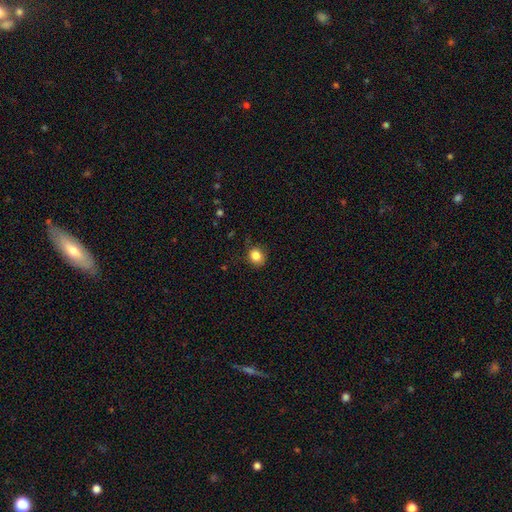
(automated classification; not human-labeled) smooth_or_featured: smooth (p=0.84) [alt: star or artifact p=0.11]
how_rounded: round (p=0.80) [alt: in between p=0.19]
merging: none (p=0.79) [alt: minor disturbance p=0.16]